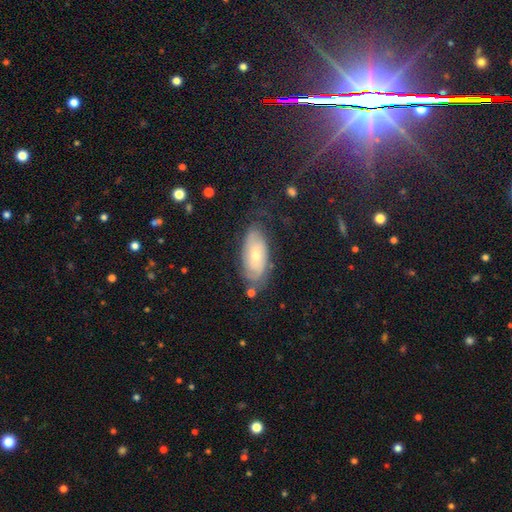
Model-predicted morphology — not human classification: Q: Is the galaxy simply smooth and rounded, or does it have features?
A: featured or disk — 59%.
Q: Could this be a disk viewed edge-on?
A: no — 90%.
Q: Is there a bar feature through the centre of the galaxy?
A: no — 76%.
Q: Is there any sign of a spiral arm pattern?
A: yes — 82%.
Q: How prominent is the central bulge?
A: small — 57%.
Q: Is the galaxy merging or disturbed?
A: none — 68%.